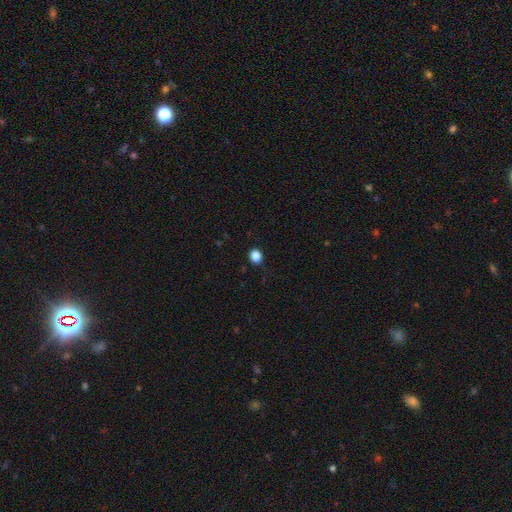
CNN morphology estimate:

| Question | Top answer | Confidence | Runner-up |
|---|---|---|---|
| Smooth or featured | smooth | 86% | star or artifact (11%) |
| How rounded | round | 72% | in between (27%) |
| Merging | none | 87% | minor disturbance (9%) |